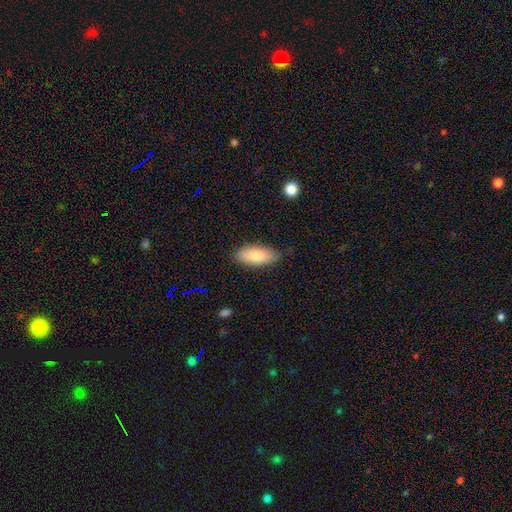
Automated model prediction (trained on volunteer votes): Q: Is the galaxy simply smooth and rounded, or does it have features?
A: smooth — 83%.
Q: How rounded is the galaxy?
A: in between — 84%.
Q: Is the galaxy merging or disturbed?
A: none — 80%.